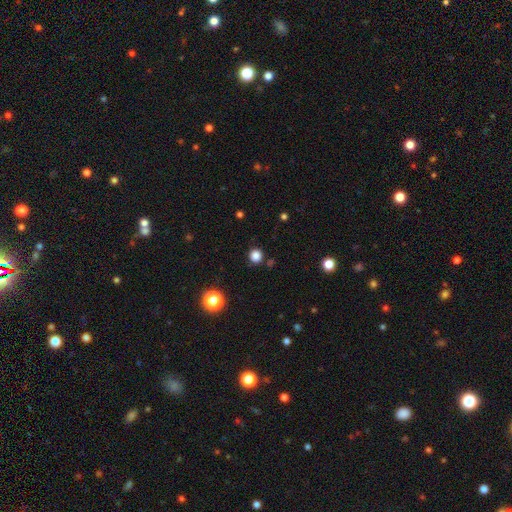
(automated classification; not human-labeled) Overall: smooth (82%). How rounded: round (93%). Merging: none (89%).